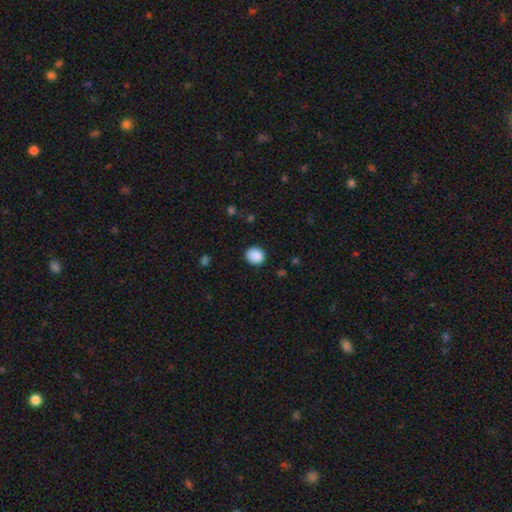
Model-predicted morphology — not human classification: The model was most divided on "how rounded": round: 80%, in between: 19%, cigar-shaped: 1%. More confident: smooth or featured — smooth (88%); merging — none (86%).